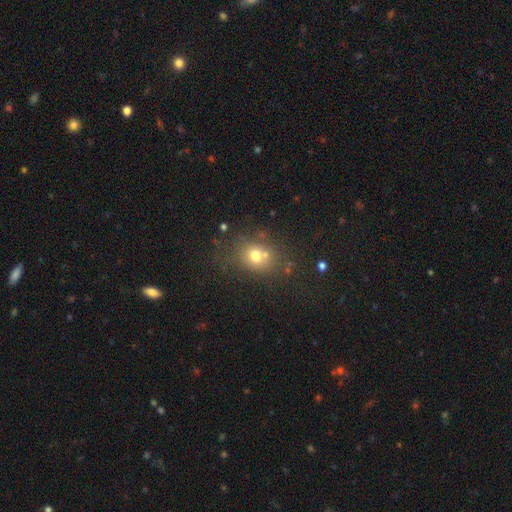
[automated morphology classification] type=smooth (69%); roundness=round (65%); merging=none (59%).